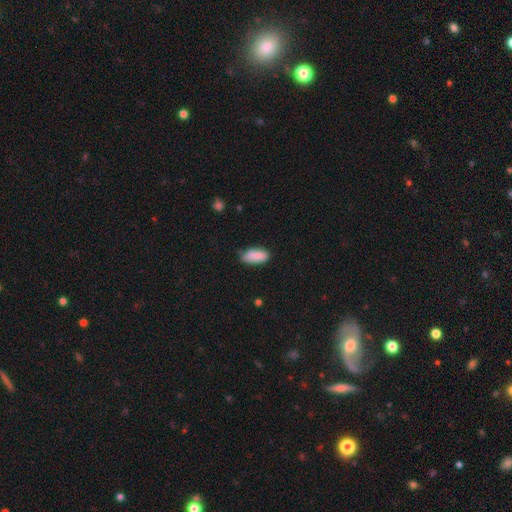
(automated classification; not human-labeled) A smooth galaxy with no disk features (86%) that is in between round and cigar-shaped (86%). Merging: none (65%).